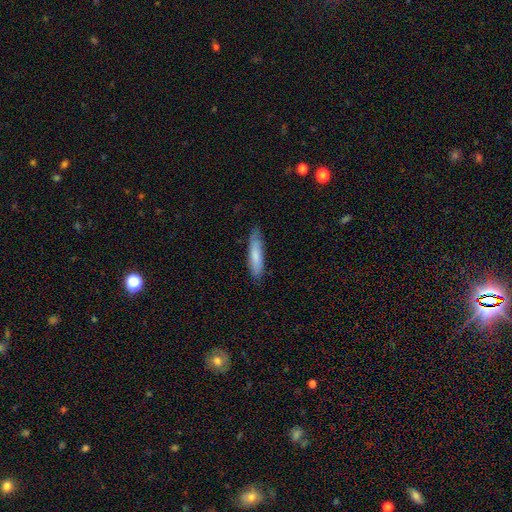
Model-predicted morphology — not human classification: This appears to be a smooth galaxy with no disk features (76%) that is cigar-shaped (75%). Merging: none (78%).